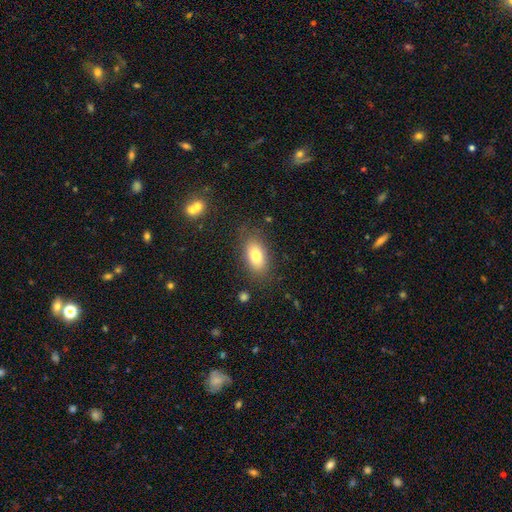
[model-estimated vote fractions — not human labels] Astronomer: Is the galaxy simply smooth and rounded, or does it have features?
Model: smooth — 78%.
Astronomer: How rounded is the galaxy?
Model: in between — 89%.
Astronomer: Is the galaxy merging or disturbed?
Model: none — 80%.